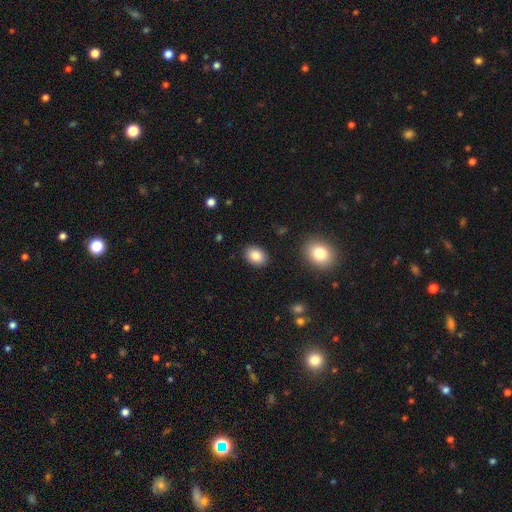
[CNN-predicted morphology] Smooth or featured? smooth (86%)
How rounded? in between (75%)
Merging? none (88%)